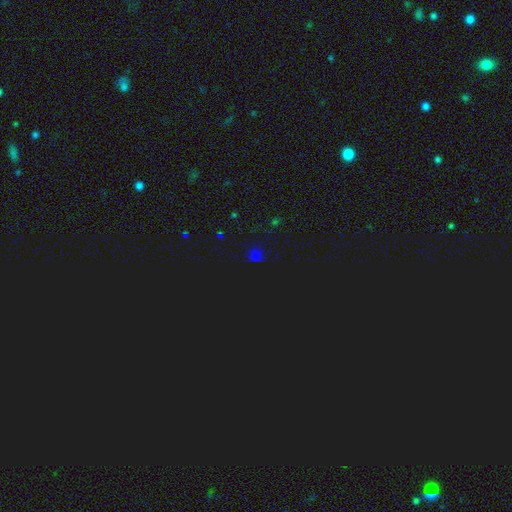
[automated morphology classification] This appears to be a star or artifact, not a galaxy (53%).